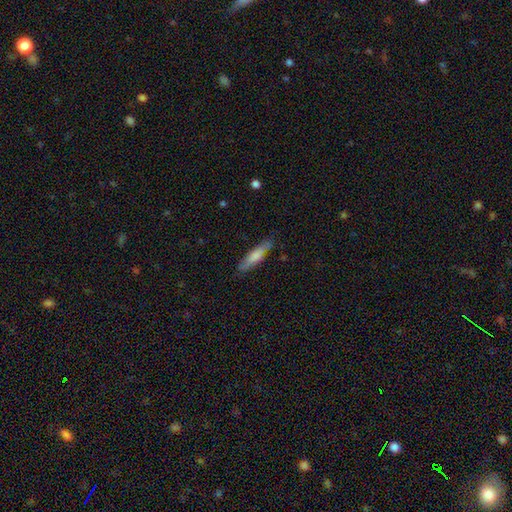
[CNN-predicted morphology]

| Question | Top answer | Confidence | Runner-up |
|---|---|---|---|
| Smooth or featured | smooth | 67% | featured or disk (27%) |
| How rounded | cigar-shaped | 81% | in between (18%) |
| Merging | none | 81% | minor disturbance (15%) |